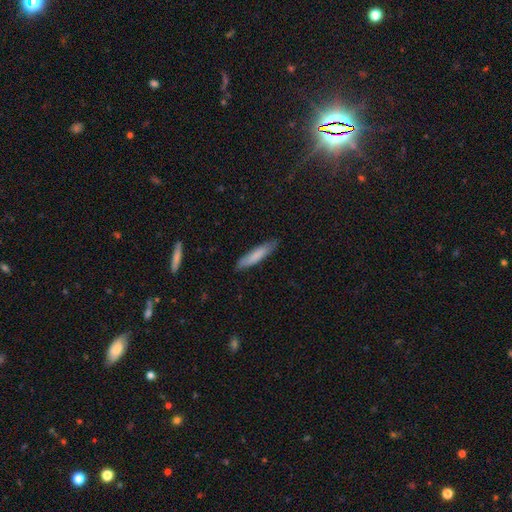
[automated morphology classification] Overall: smooth (78%). How rounded: cigar-shaped (85%). Merging: none (83%).